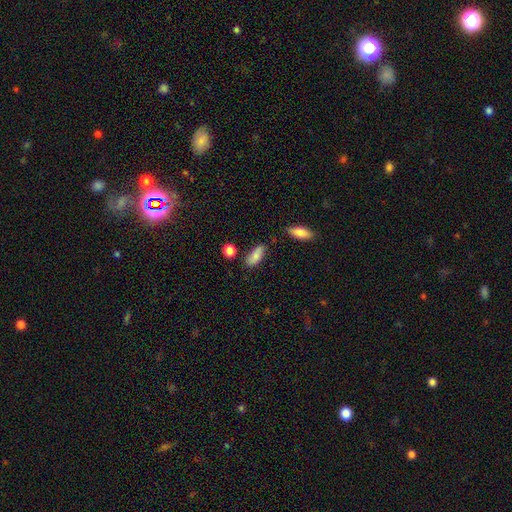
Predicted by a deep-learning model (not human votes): smooth-or-featured: smooth: 81% | featured or disk: 12% | star or artifact: 8%
  how-rounded: in between: 83% | cigar-shaped: 14% | round: 3%
  merging: none: 72% | minor disturbance: 19% | merger: 5% | major disturbance: 4%